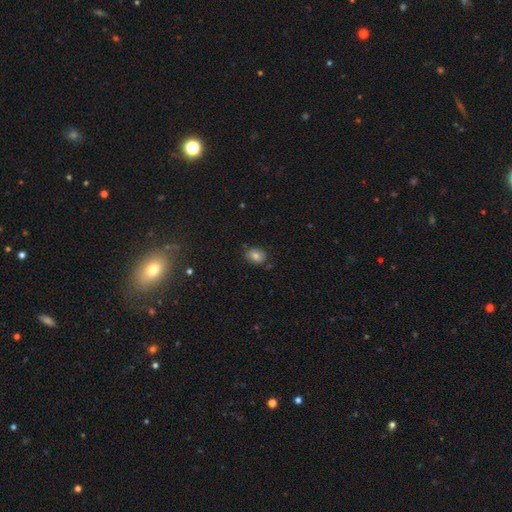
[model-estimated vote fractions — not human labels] The model was most divided on "how rounded": in between: 60%, round: 39%, cigar-shaped: 1%. More confident: merging — none (79%); smooth or featured — smooth (79%).